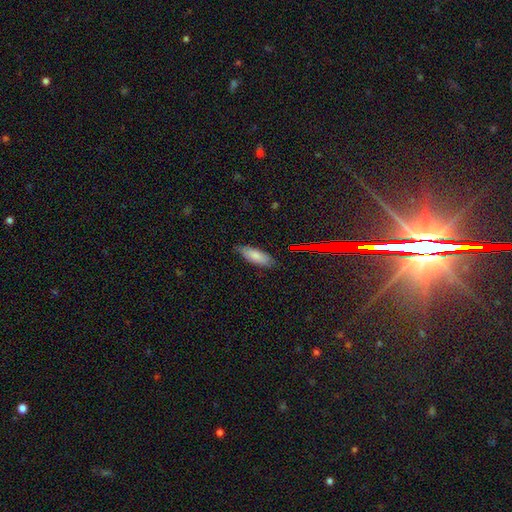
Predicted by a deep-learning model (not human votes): This appears to be a smooth galaxy with no disk features (80%) that is in between round and cigar-shaped (68%). Merging: none (80%).